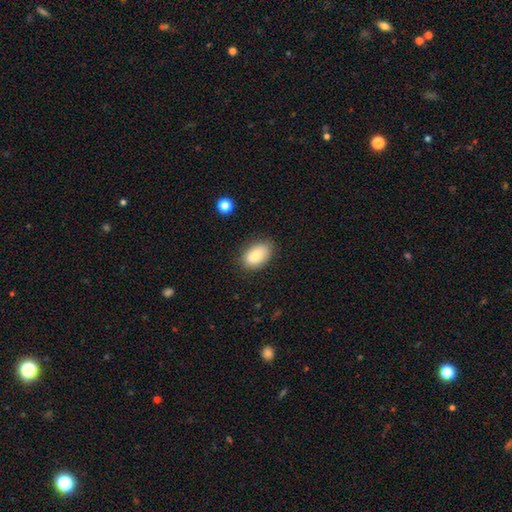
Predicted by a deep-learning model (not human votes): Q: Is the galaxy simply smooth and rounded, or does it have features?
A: smooth — 82%.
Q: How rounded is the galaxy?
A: in between — 90%.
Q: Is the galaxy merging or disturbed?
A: none — 82%.